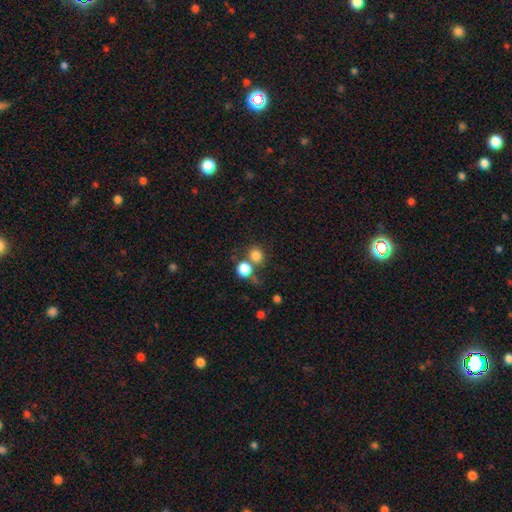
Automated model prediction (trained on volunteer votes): Smooth or featured: smooth — 81% (star or artifact — 13%)
How rounded: round — 78% (in between — 21%)
Merging: none — 58% (merger — 28%)